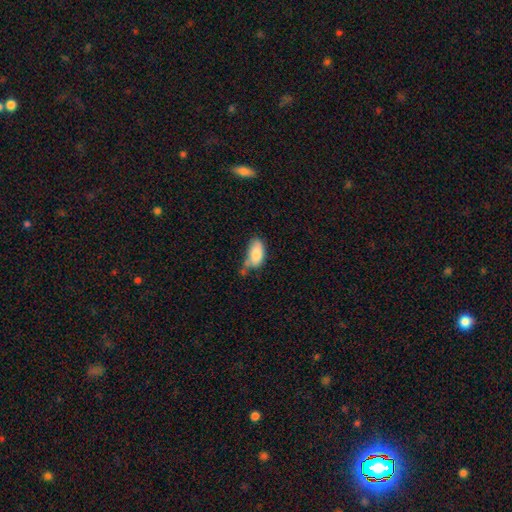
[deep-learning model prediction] Smooth or featured: smooth — 84% (featured or disk — 9%)
How rounded: in between — 92% (cigar-shaped — 5%)
Merging: none — 41% (minor disturbance — 34%)